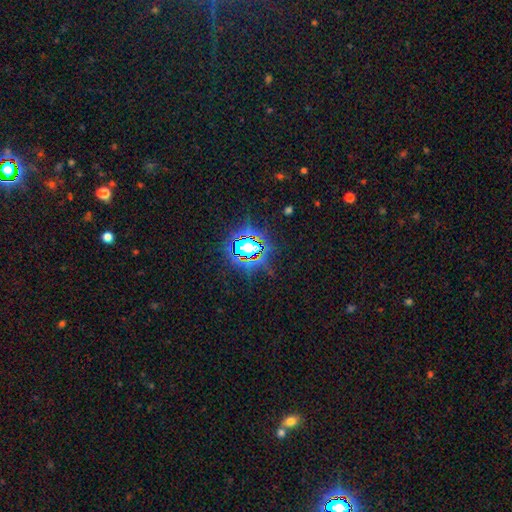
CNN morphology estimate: Smooth or featured? star or artifact (80%)